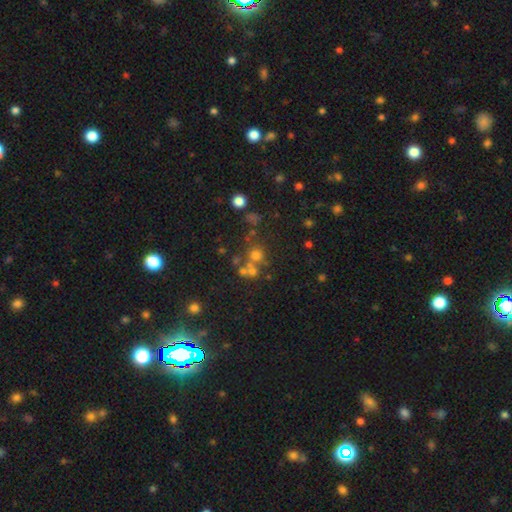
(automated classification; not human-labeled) Smooth or featured? Predicted: smooth (p=0.54). How rounded? Predicted: round (p=0.86). Merging? Predicted: none (p=0.56).